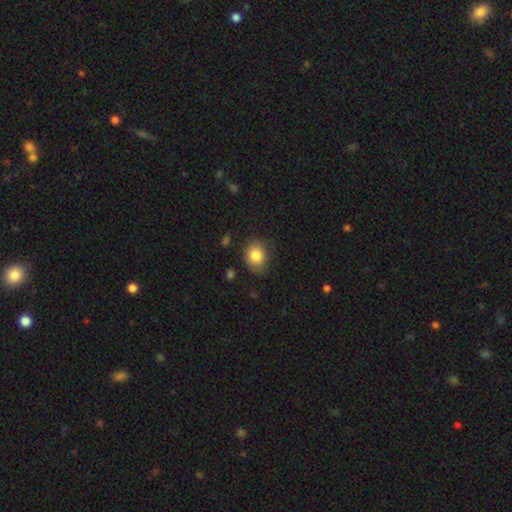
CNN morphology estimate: A smooth galaxy with no disk features (83%) that is round (52%).

Vote fractions:
- Smooth or featured? smooth: 83% / star or artifact: 9% / featured or disk: 8%
- How rounded? round: 52% / in between: 47% / cigar-shaped: 1%
- Merging? none: 76% / minor disturbance: 18% / major disturbance: 4% / merger: 2%